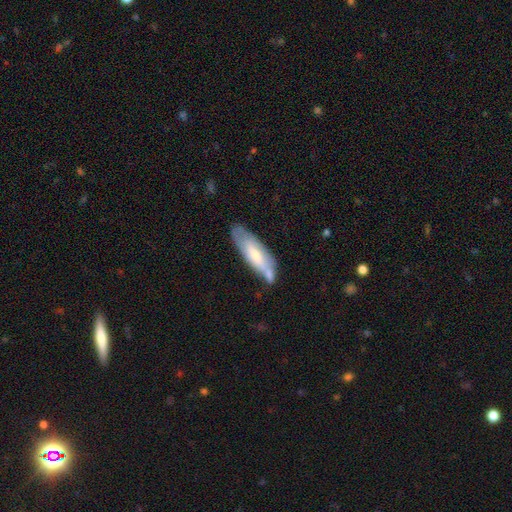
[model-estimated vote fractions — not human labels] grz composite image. It shows a smooth galaxy with no disk features (54%) that is cigar-shaped (51%). Merging: none (51%).